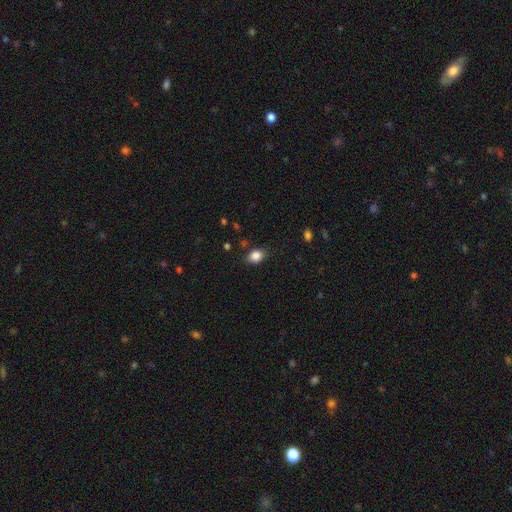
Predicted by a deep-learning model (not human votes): A smooth galaxy with no disk features (85%) that is in between round and cigar-shaped (73%).

Vote fractions:
- Smooth or featured? smooth: 85% / star or artifact: 9% / featured or disk: 6%
- How rounded? in between: 73% / round: 25% / cigar-shaped: 1%
- Merging? none: 81% / minor disturbance: 14% / major disturbance: 3% / merger: 2%